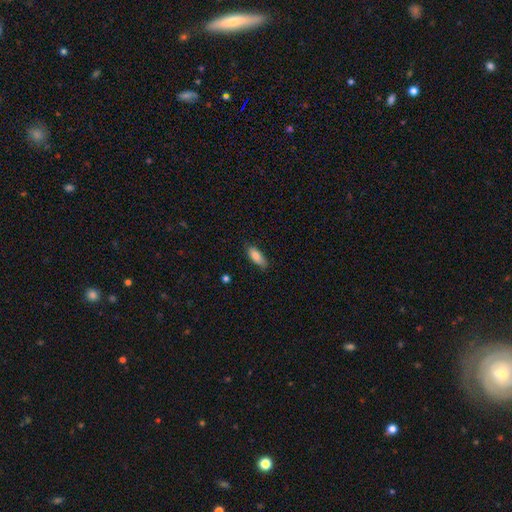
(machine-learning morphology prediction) The model was most divided on "how rounded": in between: 77%, cigar-shaped: 21%, round: 2%. More confident: smooth or featured — smooth (83%); merging — none (78%).